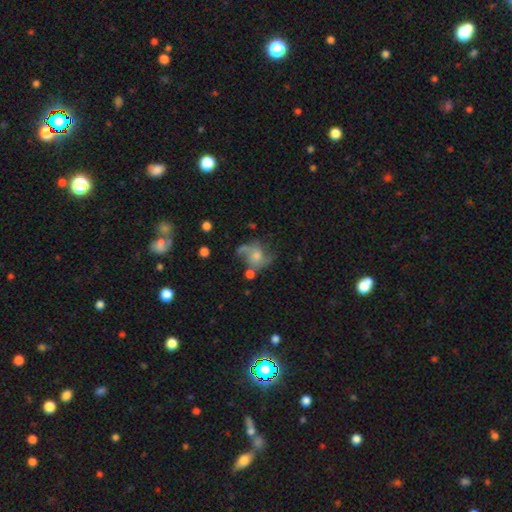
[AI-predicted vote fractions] This is possibly a featured or disk galaxy (55%). It is clearly not viewed edge-on (97%). Bar: likely no (73%). Spiral arm pattern: likely yes (74%). Central bulge: possibly moderate (47%). Merging: marginally none (41%).